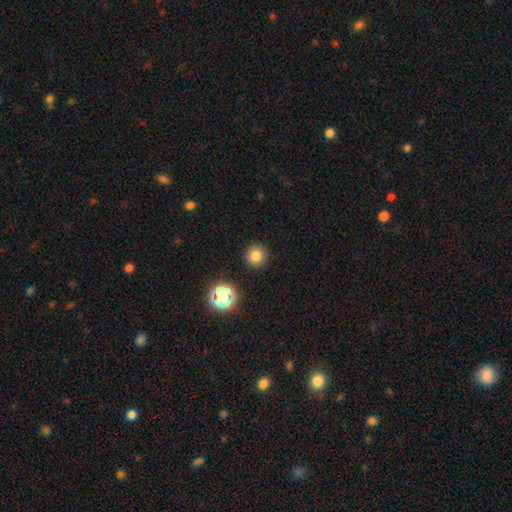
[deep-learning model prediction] This is likely a smooth galaxy (79%). How rounded: clearly round (95%). Merging: clearly none (91%).